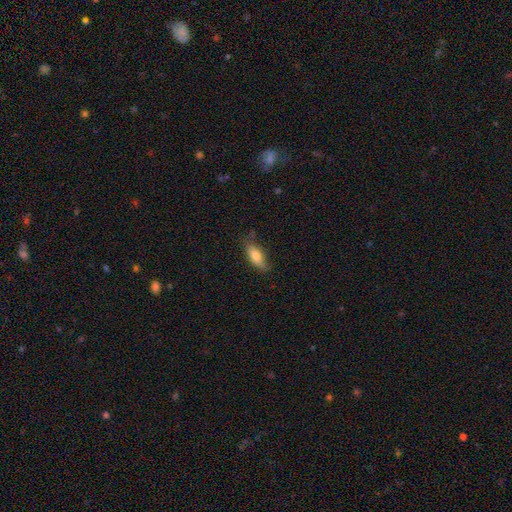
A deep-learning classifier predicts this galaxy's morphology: Smooth or featured: smooth — 74% (featured or disk — 19%)
How rounded: in between — 71% (cigar-shaped — 26%)
Merging: none — 70% (minor disturbance — 23%)